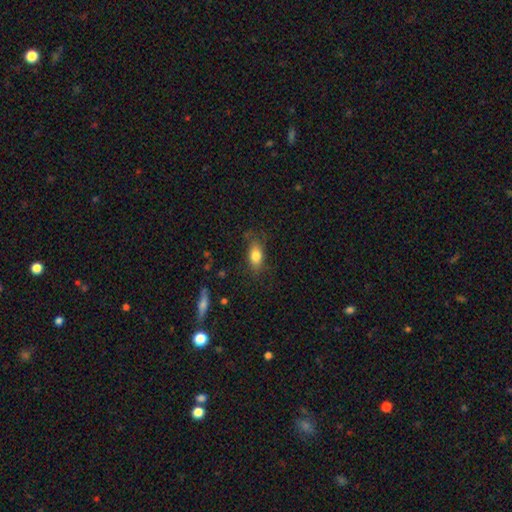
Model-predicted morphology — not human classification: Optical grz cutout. It shows a smooth galaxy with no disk features (79%) that is in between round and cigar-shaped (84%). Merging: none (73%).